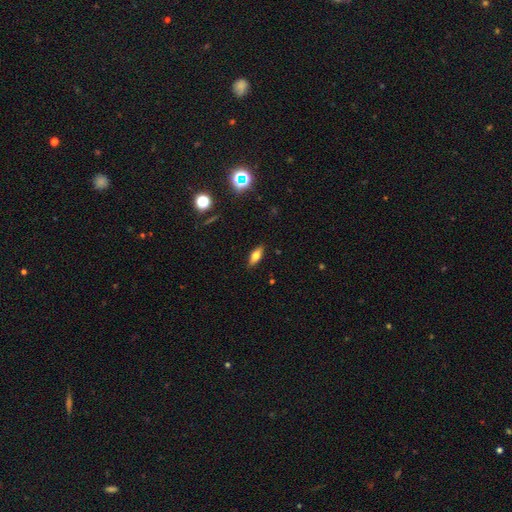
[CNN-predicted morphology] smooth_or_featured: smooth (p=0.65) [alt: featured or disk p=0.25]
how_rounded: in between (p=0.73) [alt: cigar-shaped p=0.24]
merging: none (p=0.88) [alt: minor disturbance p=0.09]